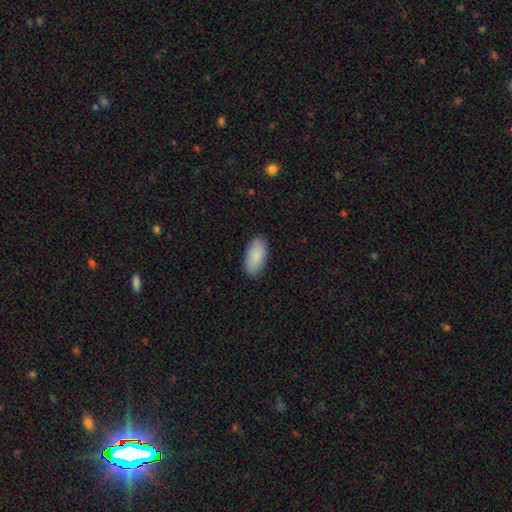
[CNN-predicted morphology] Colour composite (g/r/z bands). It shows a smooth galaxy with no disk features (89%) that is in between round and cigar-shaped (94%). Merging: none (88%).